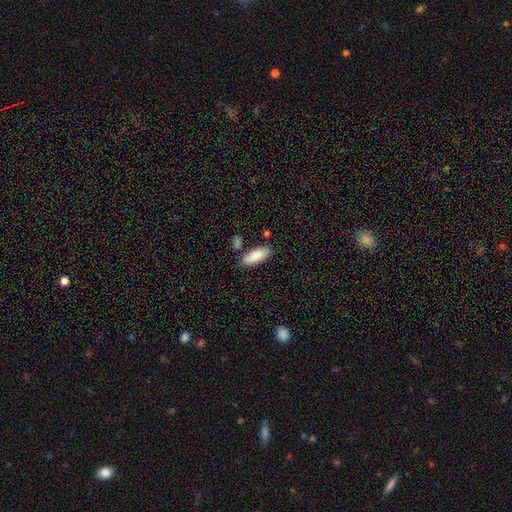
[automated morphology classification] smooth_or_featured: smooth (p=0.87) [alt: featured or disk p=0.08]
how_rounded: in between (p=0.76) [alt: cigar-shaped p=0.22]
merging: none (p=0.77) [alt: minor disturbance p=0.13]